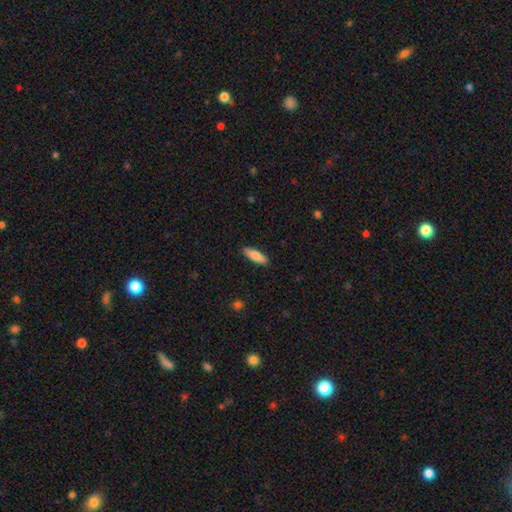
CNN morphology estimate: Smooth or featured?
  - smooth: 84% *
  - featured or disk: 11%
  - star or artifact: 6%
How rounded?
  - in between: 50% *
  - cigar-shaped: 49%
  - round: 2%
Merging?
  - none: 89% *
  - minor disturbance: 8%
  - major disturbance: 2%
  - merger: 1%